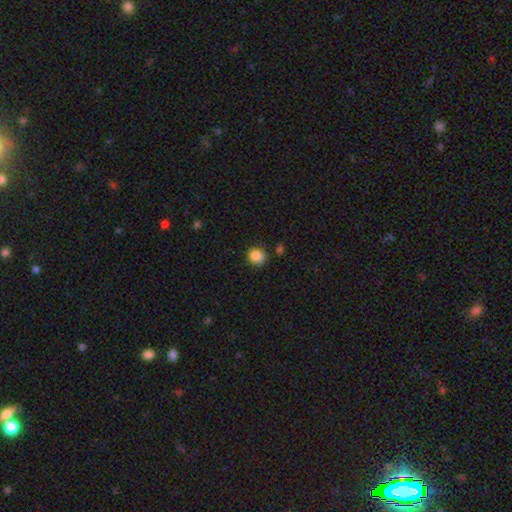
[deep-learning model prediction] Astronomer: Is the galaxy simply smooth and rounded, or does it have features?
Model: smooth — 87%.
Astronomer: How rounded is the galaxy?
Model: round — 82%.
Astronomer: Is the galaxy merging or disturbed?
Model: none — 84%.